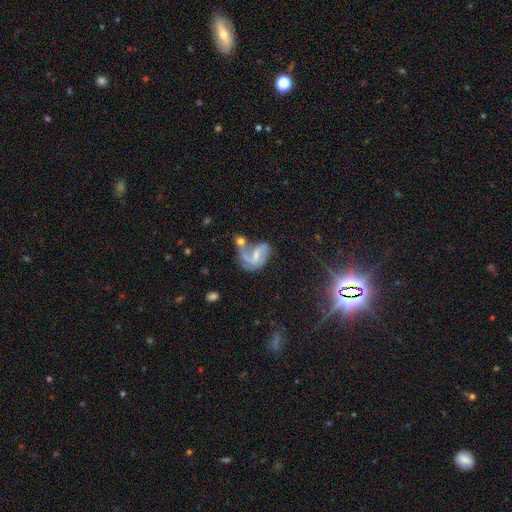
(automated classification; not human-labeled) A featured or disk galaxy (68%) with a weak bar (50%), 2 (54%) loose (43%) spiral arms (81%) and a small central bulge (48%).

Vote fractions:
- Smooth or featured? featured or disk: 68% / smooth: 22% / star or artifact: 9%
- Edge-on disk? no: 97% / yes: 3%
- Bar? weak: 50% / no: 29% / strong: 21%
- Spiral arms? yes: 81% / no: 19%
- Spiral winding? loose: 43% / medium: 40% / tight: 17%
- Spiral arm count? 2: 54% / 1: 27% / can't tell: 13% / 3: 3% / 4: 1% / more than 4: 1%
- Bulge size? small: 48% / moderate: 38% / none: 10% / large: 3% / dominant: 1%
- Merging? merger: 37% / major disturbance: 25% / none: 22% / minor disturbance: 16%